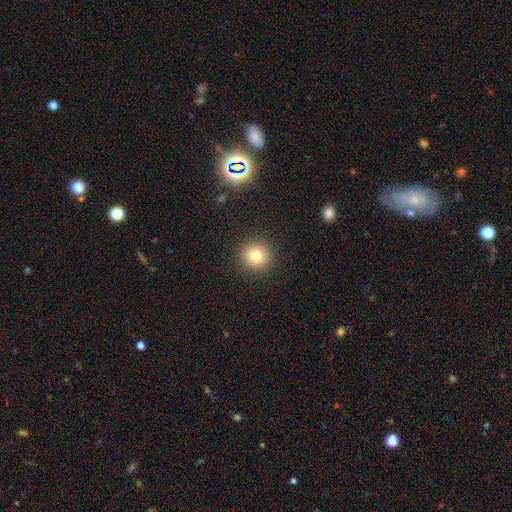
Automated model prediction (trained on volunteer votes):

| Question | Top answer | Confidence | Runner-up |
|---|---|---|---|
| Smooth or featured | smooth | 80% | star or artifact (12%) |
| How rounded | round | 94% | in between (5%) |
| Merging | none | 91% | minor disturbance (6%) |